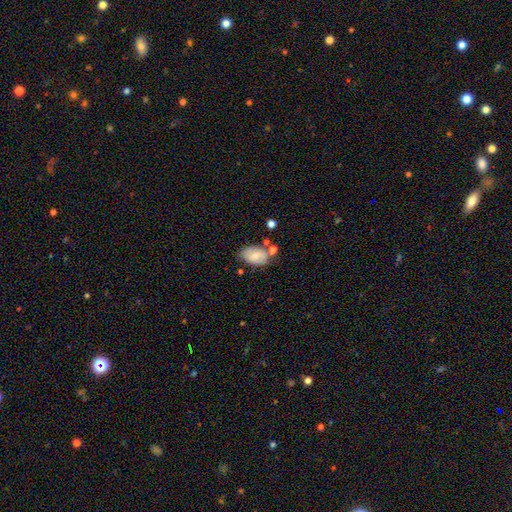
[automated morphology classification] A smooth galaxy with no disk features (70%) that is in between round and cigar-shaped (90%).

Vote fractions:
- Smooth or featured? smooth: 70% / featured or disk: 23% / star or artifact: 7%
- How rounded? in between: 90% / round: 9% / cigar-shaped: 1%
- Merging? none: 59% / minor disturbance: 21% / merger: 14% / major disturbance: 6%